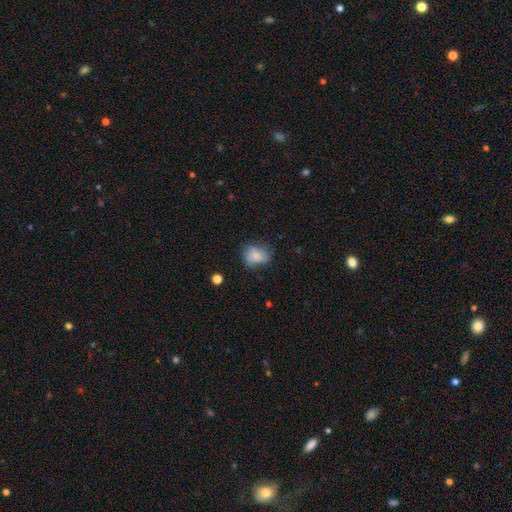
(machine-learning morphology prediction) Overall: smooth (76%). How rounded: in between (57%; round 42%). Merging: none (57%; minor disturbance 30%).